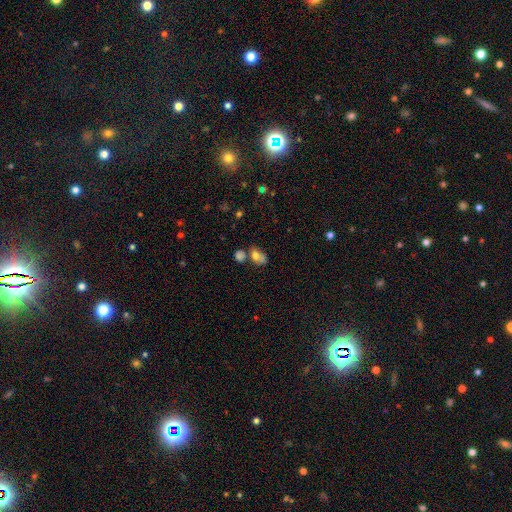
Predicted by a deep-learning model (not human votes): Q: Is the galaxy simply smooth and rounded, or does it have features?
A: smooth — 69%.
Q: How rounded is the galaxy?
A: in between — 68%.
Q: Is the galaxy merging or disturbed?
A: none — 36%.